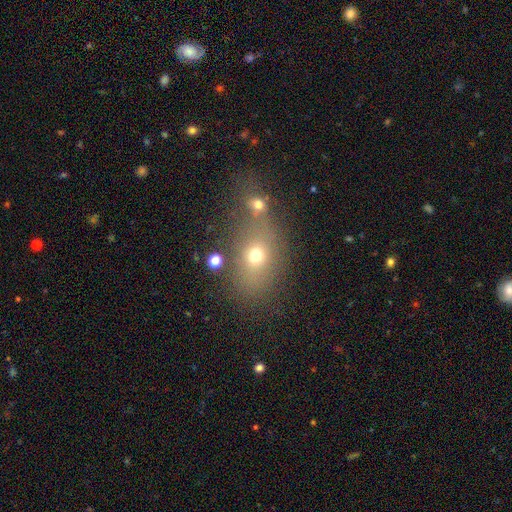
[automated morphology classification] smooth_or_featured: smooth (p=0.68) [alt: star or artifact p=0.17]
how_rounded: in between (p=0.55) [alt: round p=0.43]
merging: none (p=0.52) [alt: merger p=0.29]